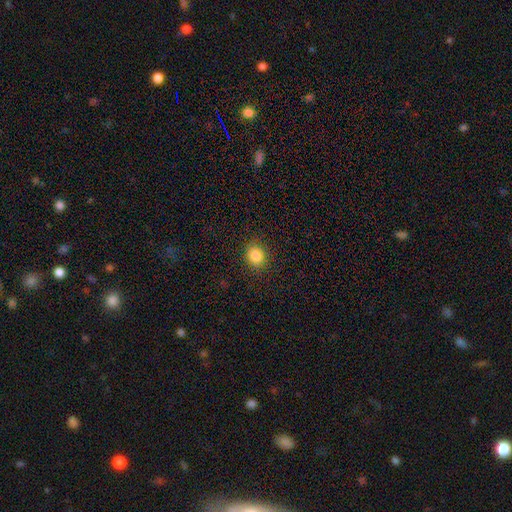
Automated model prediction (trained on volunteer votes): A smooth galaxy with no disk features (85%) that is round (75%). Merging: none (88%).